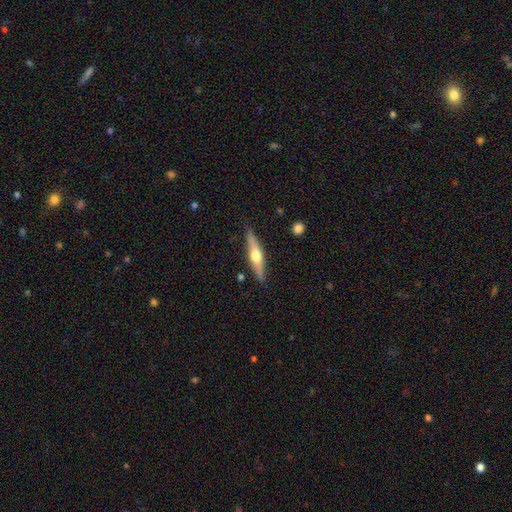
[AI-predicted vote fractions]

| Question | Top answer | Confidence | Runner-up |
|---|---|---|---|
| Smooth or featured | featured or disk | 63% | smooth (32%) |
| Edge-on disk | yes | 95% | no (5%) |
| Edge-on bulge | rounded | 93% | boxy (4%) |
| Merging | none | 86% | minor disturbance (10%) |